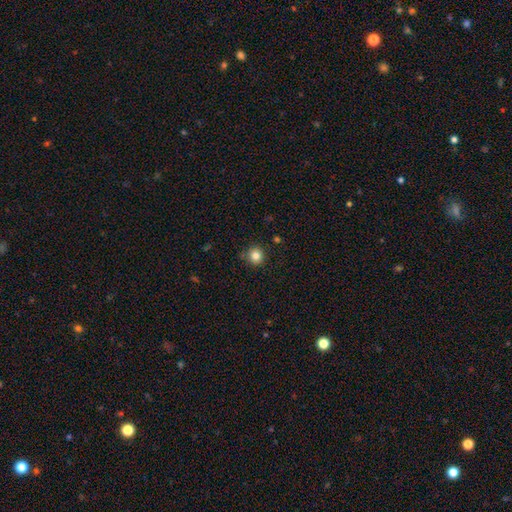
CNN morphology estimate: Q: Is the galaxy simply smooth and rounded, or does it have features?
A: smooth — 84%.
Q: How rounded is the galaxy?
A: round — 92%.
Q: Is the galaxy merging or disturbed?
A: none — 85%.